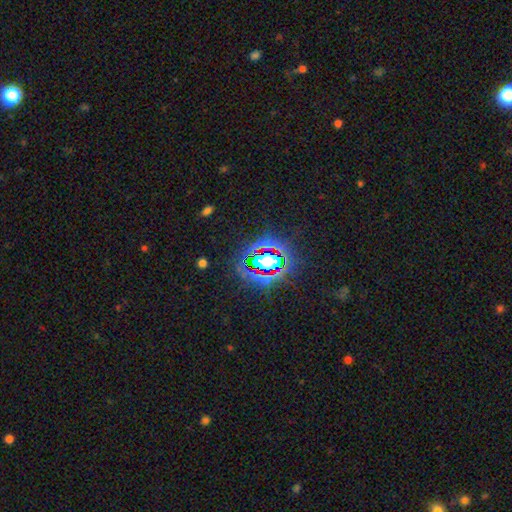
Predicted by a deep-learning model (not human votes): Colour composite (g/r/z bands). It shows a star or artifact, not a galaxy (74%).